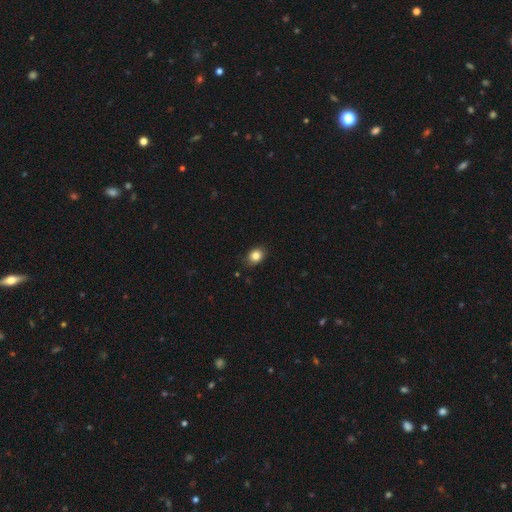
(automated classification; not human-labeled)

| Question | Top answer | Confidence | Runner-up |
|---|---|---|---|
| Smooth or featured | smooth | 84% | star or artifact (10%) |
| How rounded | in between | 55% | round (44%) |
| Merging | none | 84% | minor disturbance (12%) |